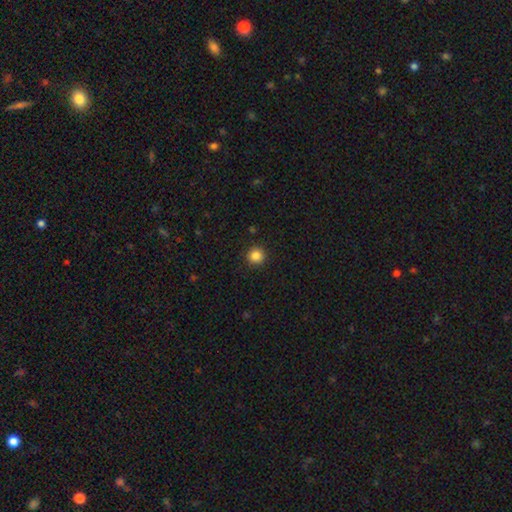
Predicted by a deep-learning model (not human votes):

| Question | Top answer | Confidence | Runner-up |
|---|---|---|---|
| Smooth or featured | smooth | 85% | star or artifact (11%) |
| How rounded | round | 95% | in between (5%) |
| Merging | none | 92% | minor disturbance (5%) |